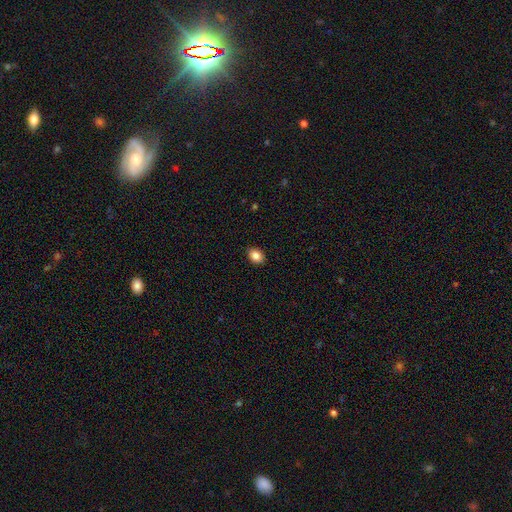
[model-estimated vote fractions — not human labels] Smooth or featured? Predicted: smooth (p=0.86). How rounded? Predicted: in between (p=0.68). Merging? Predicted: none (p=0.90).